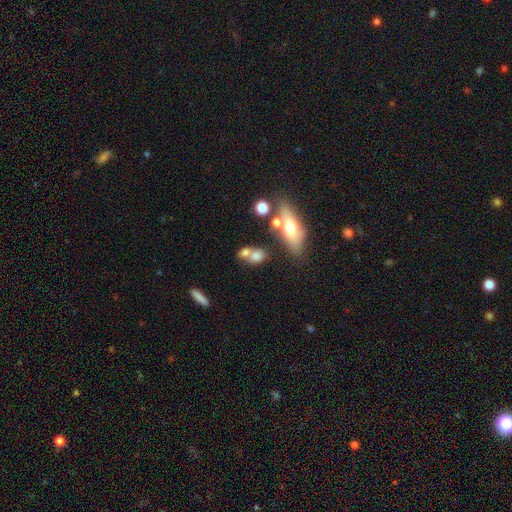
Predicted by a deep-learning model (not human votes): This appears to be a smooth galaxy with no disk features (71%) that is in between round and cigar-shaped (58%). Merging: merger (45%).